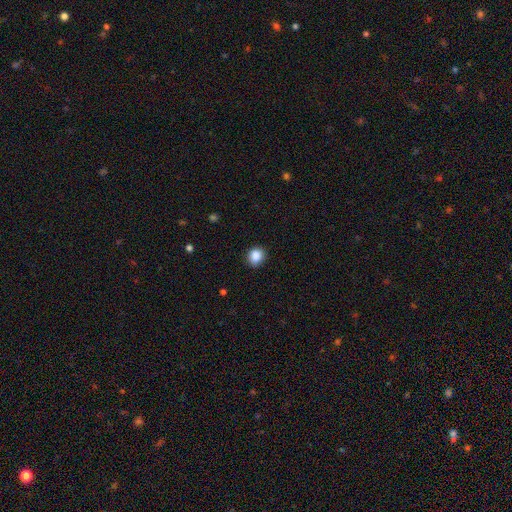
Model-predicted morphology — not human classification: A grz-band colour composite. It shows a smooth galaxy with no disk features (87%) that is round (73%). Merging: none (85%).